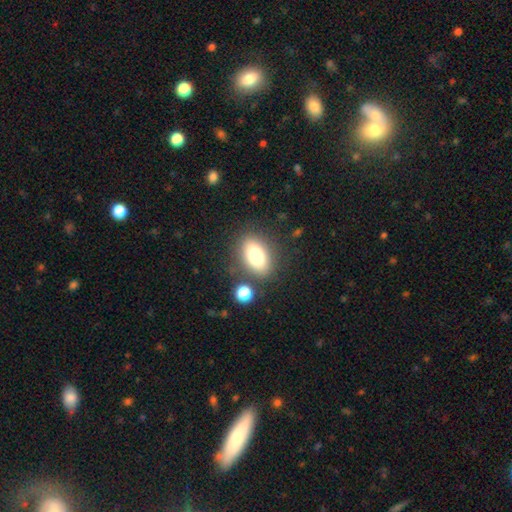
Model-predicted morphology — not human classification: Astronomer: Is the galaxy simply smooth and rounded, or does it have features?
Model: smooth — 76%.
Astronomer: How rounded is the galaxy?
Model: in between — 84%.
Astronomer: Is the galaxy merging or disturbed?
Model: none — 80%.